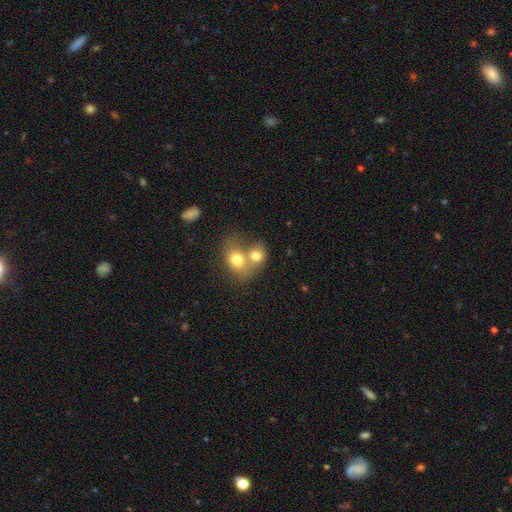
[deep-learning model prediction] Overall: smooth (73%). How rounded: round (50%; in between 48%). Merging: merger (69%).